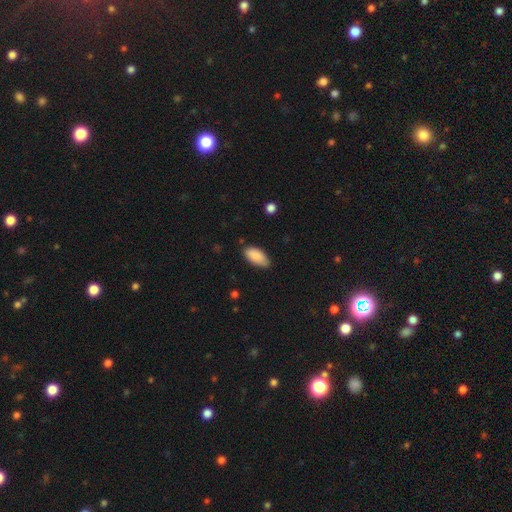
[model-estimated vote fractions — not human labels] smooth 88%, star or artifact 7%, featured or disk 5%. Down the decision tree: how rounded — in between (93%); merging — none (72%).